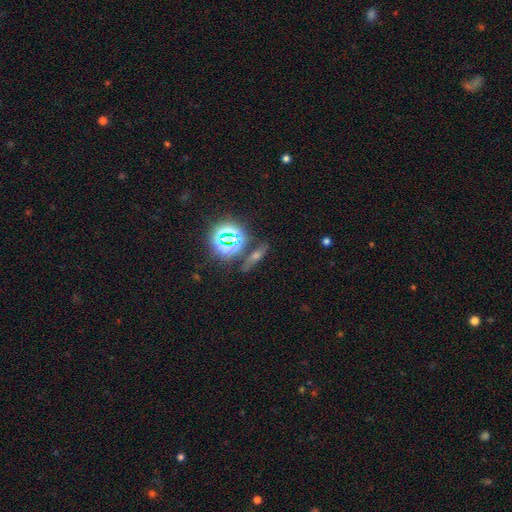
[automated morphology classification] star or artifact 38%, featured or disk 32%, smooth 30%.